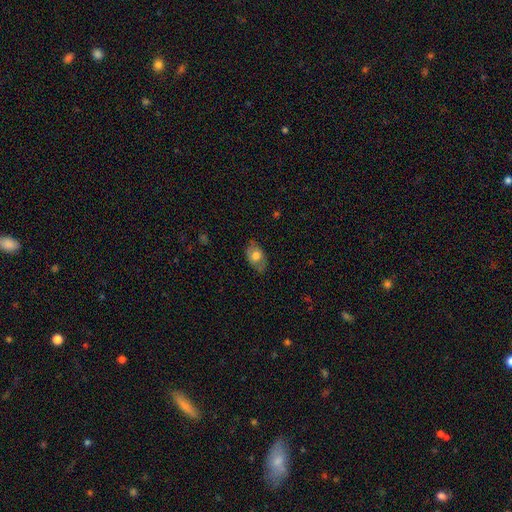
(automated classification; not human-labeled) smooth-or-featured: smooth: 66% | featured or disk: 27% | star or artifact: 7%
  how-rounded: in between: 89% | round: 9% | cigar-shaped: 2%
  merging: none: 76% | minor disturbance: 19% | major disturbance: 4% | merger: 1%